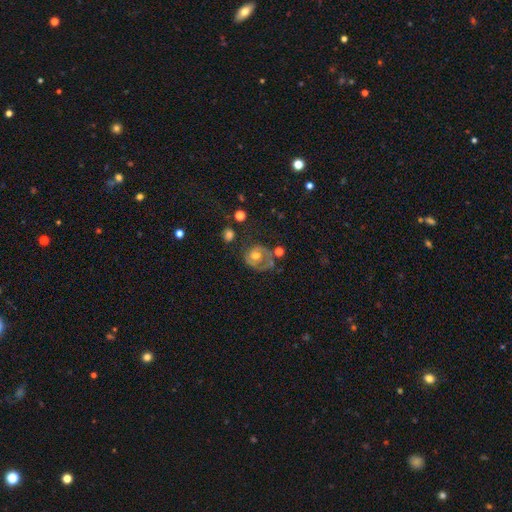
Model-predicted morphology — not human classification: A featured or disk galaxy (62%) with no bar (74%), spiral arms (67%) and a moderate central bulge (70%). Merging: none (46%).